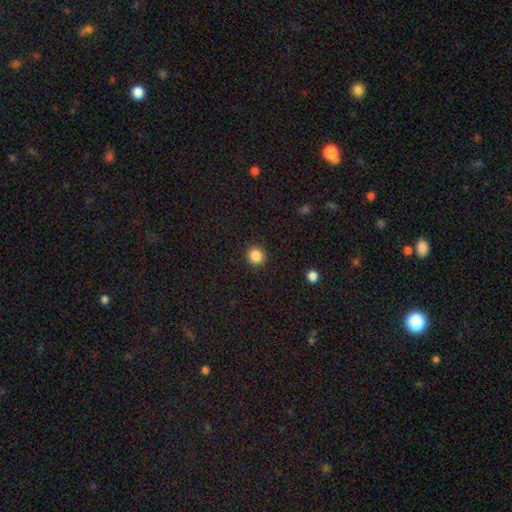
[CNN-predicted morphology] Smooth or featured? Predicted: smooth (p=0.86). How rounded? Predicted: round (p=0.90). Merging? Predicted: none (p=0.90).